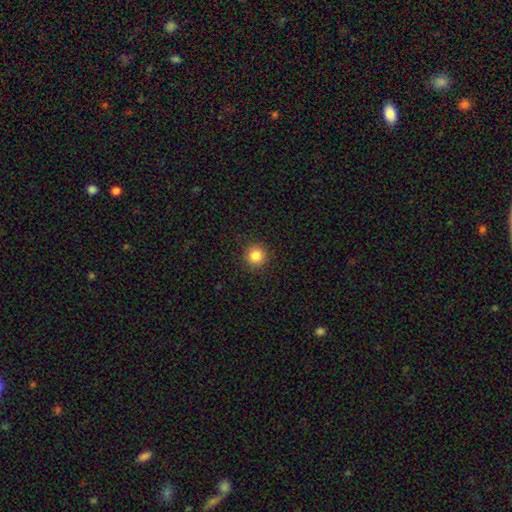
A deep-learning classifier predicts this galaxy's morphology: smooth-or-featured: smooth: 84% | star or artifact: 11% | featured or disk: 5%
  how-rounded: round: 95% | in between: 4% | cigar-shaped: 1%
  merging: none: 92% | minor disturbance: 5% | major disturbance: 2% | merger: 1%